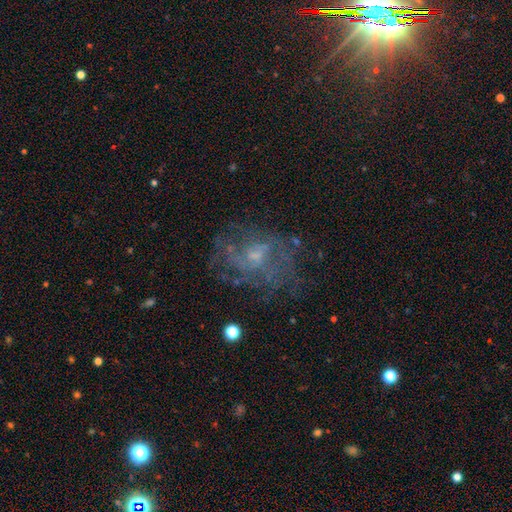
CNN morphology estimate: smooth_or_featured: featured or disk (p=0.67) [alt: smooth p=0.17]
disk_edge_on: no (p=0.97) [alt: yes p=0.03]
bar: no (p=0.69) [alt: weak p=0.27]
has_spiral_arms: yes (p=0.66) [alt: no p=0.34]
bulge_size: small (p=0.58) [alt: moderate p=0.27]
merging: none (p=0.61) [alt: major disturbance p=0.19]